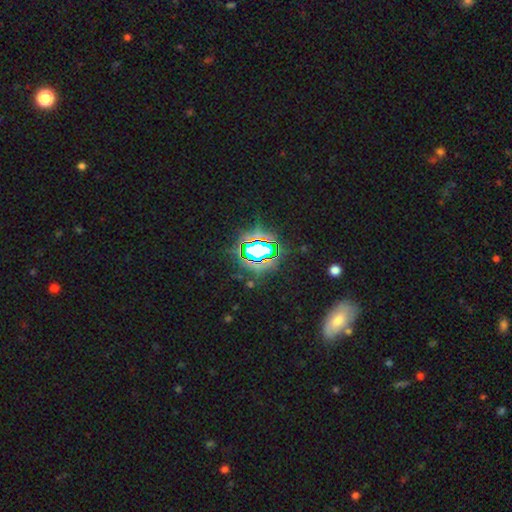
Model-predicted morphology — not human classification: Overall: star or artifact (78%).